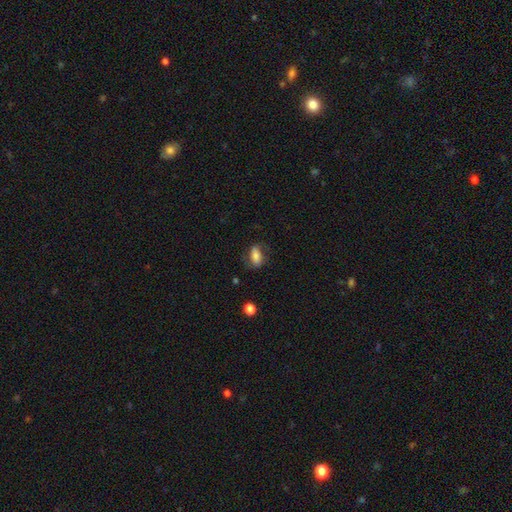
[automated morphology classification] smooth-or-featured: smooth: 64% | featured or disk: 27% | star or artifact: 9%
  how-rounded: in between: 82% | cigar-shaped: 10% | round: 9%
  merging: none: 65% | minor disturbance: 22% | major disturbance: 11% | merger: 2%